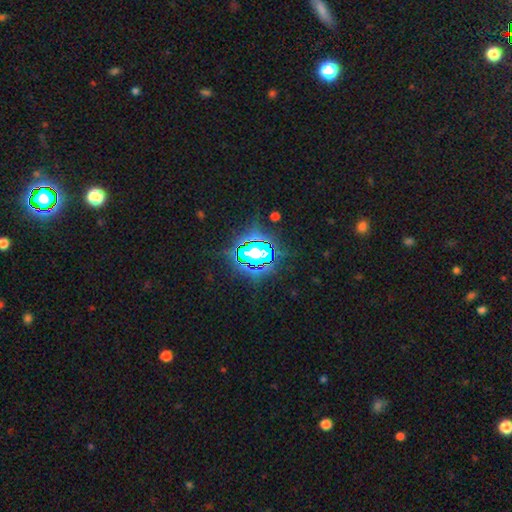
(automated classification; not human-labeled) Smooth or featured? Predicted: star or artifact (p=0.77).